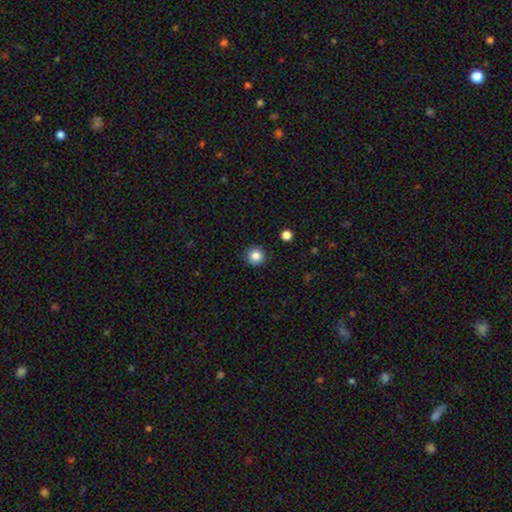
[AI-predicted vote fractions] smooth_or_featured: smooth (p=0.85) [alt: star or artifact p=0.10]
how_rounded: round (p=0.95) [alt: in between p=0.05]
merging: none (p=0.91) [alt: minor disturbance p=0.06]